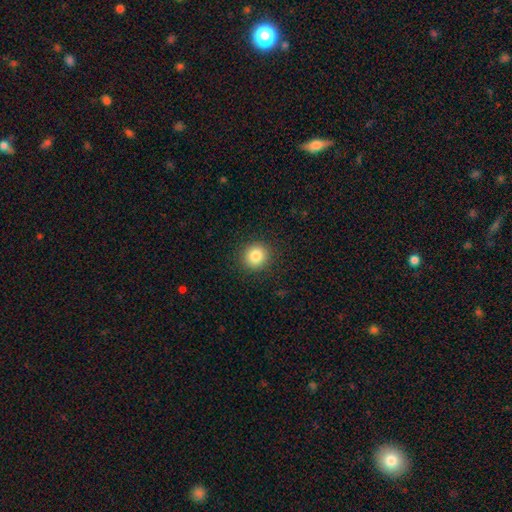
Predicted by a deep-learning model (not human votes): Smooth or featured?
  - smooth: 84% *
  - star or artifact: 10%
  - featured or disk: 6%
How rounded?
  - round: 88% *
  - in between: 11%
  - cigar-shaped: 1%
Merging?
  - none: 91% *
  - minor disturbance: 6%
  - major disturbance: 2%
  - merger: 1%